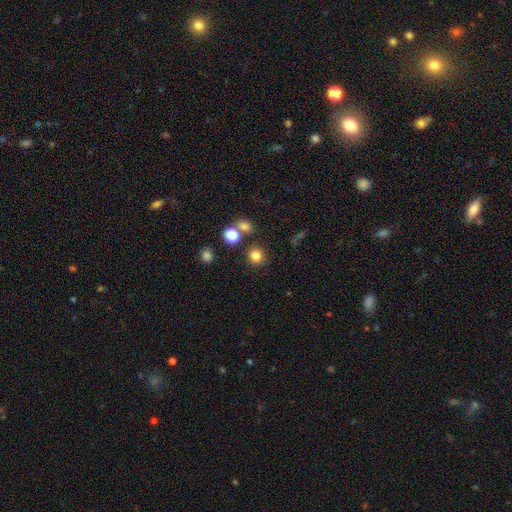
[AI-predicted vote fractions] Morphology: type=smooth (81%); roundness=round (91%); merging=none (82%).